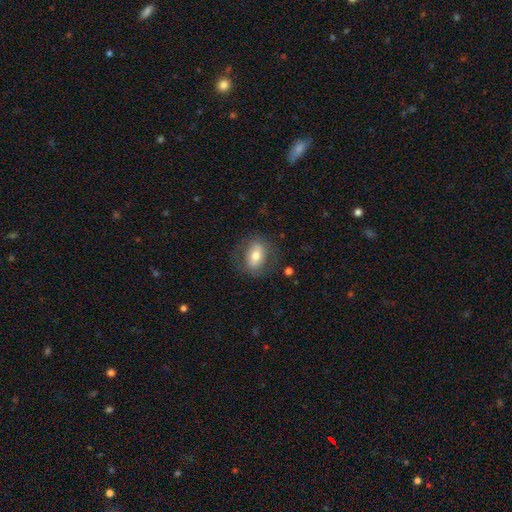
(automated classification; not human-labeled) A smooth galaxy with no disk features (60%) that is in between round and cigar-shaped (75%). Merging: none (73%).